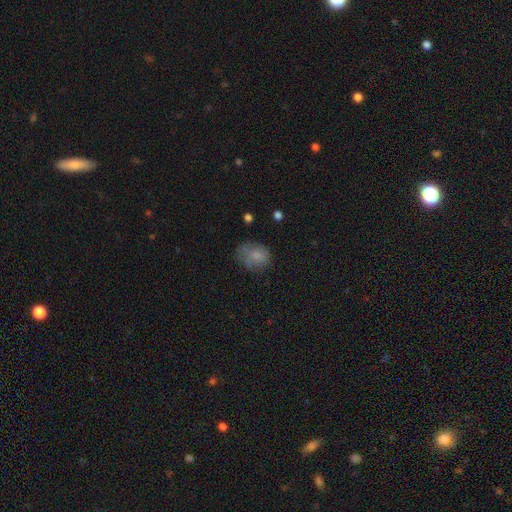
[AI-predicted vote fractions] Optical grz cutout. It shows a smooth galaxy with no disk features (69%) that is in between round and cigar-shaped (53%). Merging: none (50%).